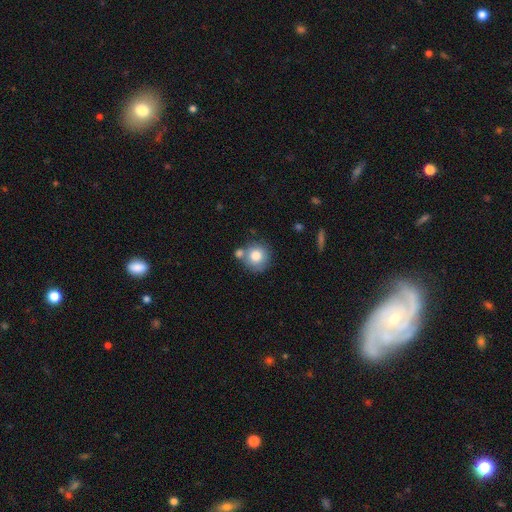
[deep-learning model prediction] Smooth or featured: smooth — 79% (featured or disk — 12%)
How rounded: round — 90% (in between — 9%)
Merging: none — 61% (merger — 21%)